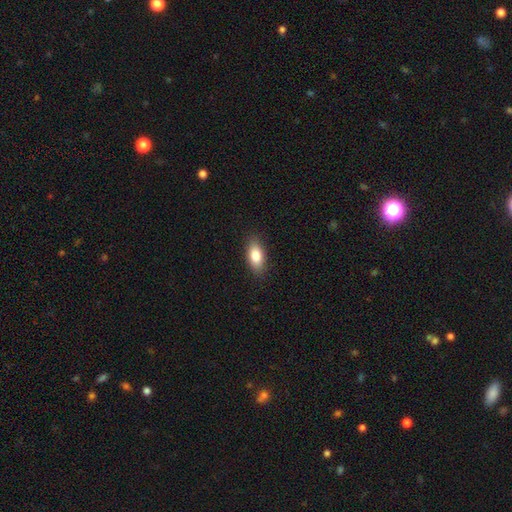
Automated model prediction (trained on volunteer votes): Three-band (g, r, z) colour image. It shows a smooth galaxy with no disk features (83%) that is in between round and cigar-shaped (88%). Merging: none (87%).